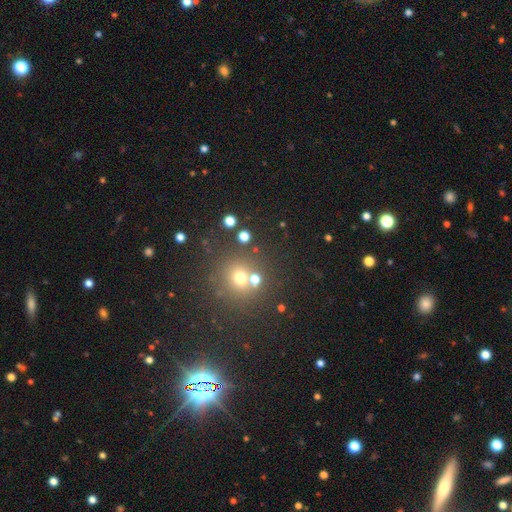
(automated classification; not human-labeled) This appears to be a star or artifact, not a galaxy (65%).